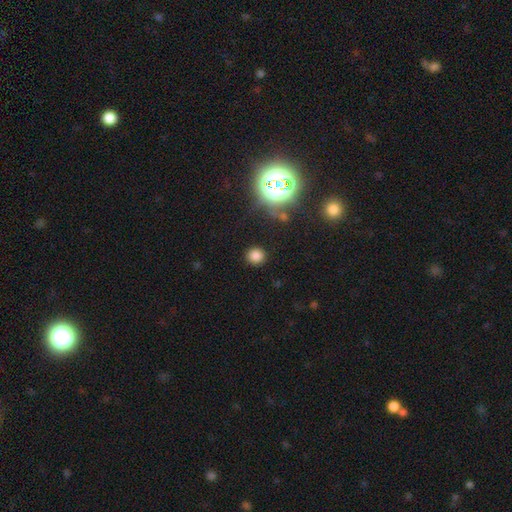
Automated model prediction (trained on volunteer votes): Smooth or featured?
  - smooth: 78% *
  - star or artifact: 18%
  - featured or disk: 5%
How rounded?
  - round: 88% *
  - in between: 11%
  - cigar-shaped: 1%
Merging?
  - none: 89% *
  - minor disturbance: 7%
  - major disturbance: 3%
  - merger: 2%